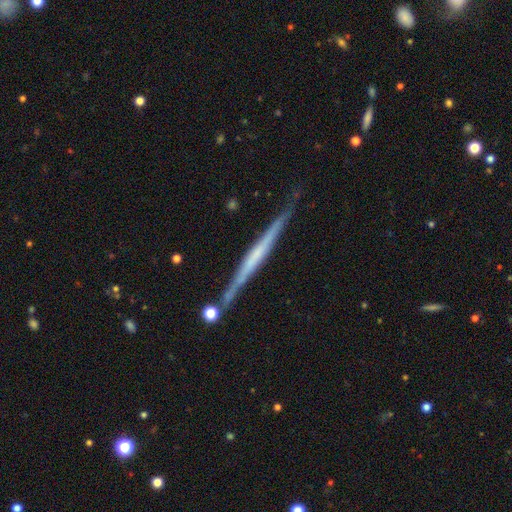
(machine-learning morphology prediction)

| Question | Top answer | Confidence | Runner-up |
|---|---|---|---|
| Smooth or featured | featured or disk | 72% | smooth (22%) |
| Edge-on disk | yes | 98% | no (2%) |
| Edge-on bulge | none | 66% | rounded (19%) |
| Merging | none | 82% | minor disturbance (12%) |